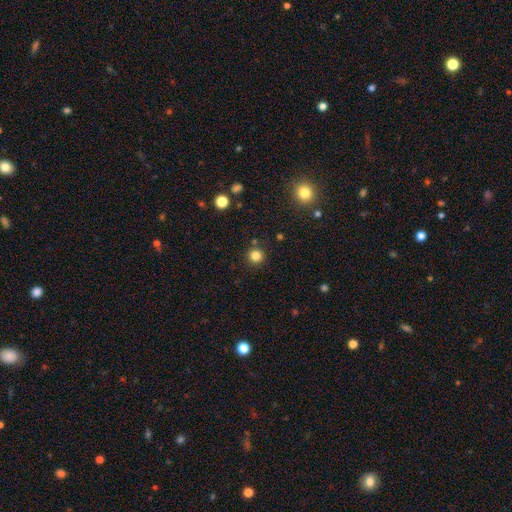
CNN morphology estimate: Smooth or featured?
  - smooth: 83% *
  - star or artifact: 13%
  - featured or disk: 4%
How rounded?
  - round: 94% *
  - in between: 5%
  - cigar-shaped: 1%
Merging?
  - none: 88% *
  - minor disturbance: 6%
  - merger: 3%
  - major disturbance: 2%